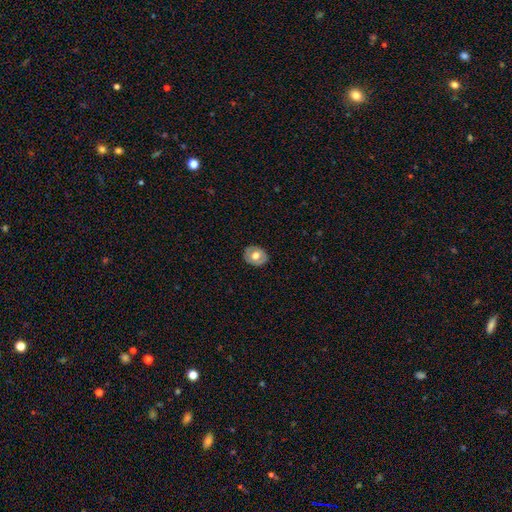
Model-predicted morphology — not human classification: smooth-or-featured: smooth: 56% | featured or disk: 38% | star or artifact: 7%
  how-rounded: round: 56% | in between: 43% | cigar-shaped: 1%
  merging: none: 85% | minor disturbance: 11% | major disturbance: 3% | merger: 1%